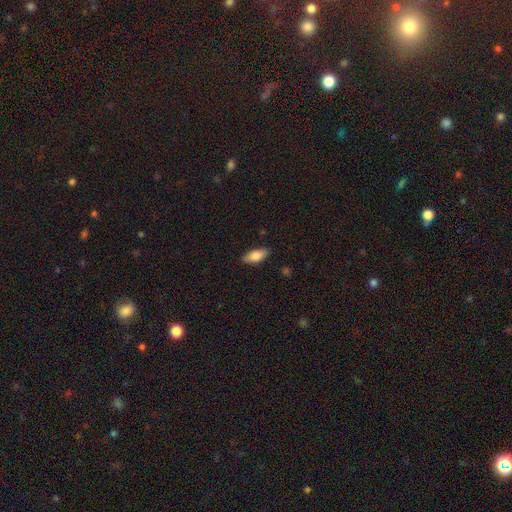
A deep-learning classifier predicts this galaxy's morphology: A smooth galaxy with no disk features (81%) that is in between round and cigar-shaped (83%).

Vote fractions:
- Smooth or featured? smooth: 81% / featured or disk: 13% / star or artifact: 6%
- How rounded? in between: 83% / cigar-shaped: 15% / round: 2%
- Merging? none: 87% / minor disturbance: 10% / major disturbance: 2% / merger: 1%